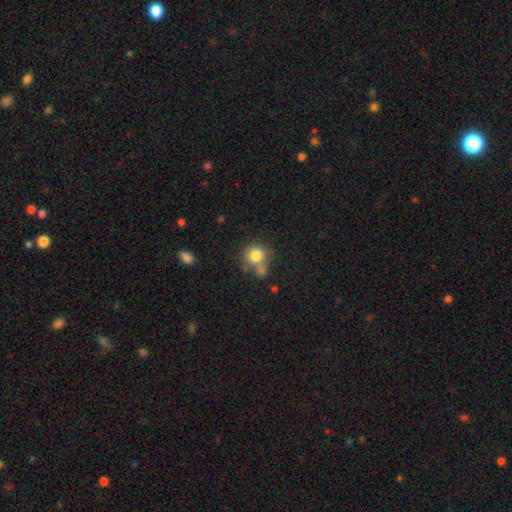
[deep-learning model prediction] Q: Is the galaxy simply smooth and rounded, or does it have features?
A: smooth — 81%.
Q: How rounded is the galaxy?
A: round — 88%.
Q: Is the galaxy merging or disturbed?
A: none — 56%.